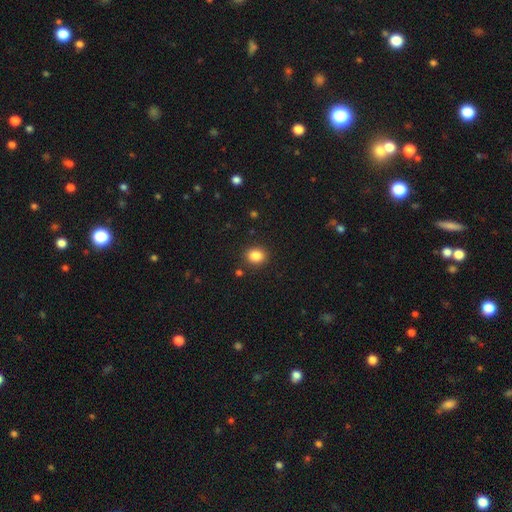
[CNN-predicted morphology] A smooth galaxy with no disk features (85%) that is round (60%).

Vote fractions:
- Smooth or featured? smooth: 85% / star or artifact: 10% / featured or disk: 5%
- How rounded? round: 60% / in between: 39% / cigar-shaped: 1%
- Merging? none: 88% / minor disturbance: 8% / major disturbance: 3% / merger: 2%